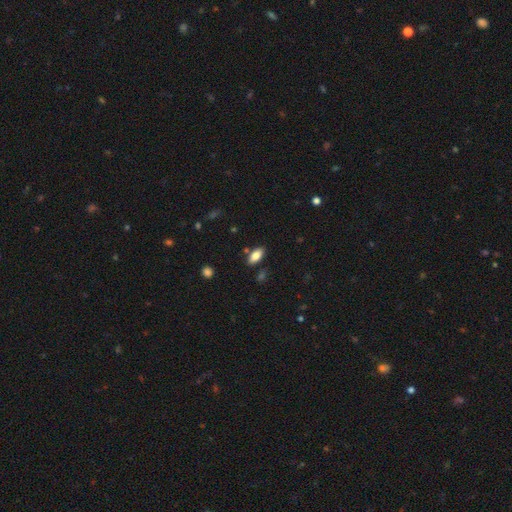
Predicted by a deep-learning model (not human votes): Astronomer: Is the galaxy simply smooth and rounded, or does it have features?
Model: smooth — 83%.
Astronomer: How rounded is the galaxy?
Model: in between — 89%.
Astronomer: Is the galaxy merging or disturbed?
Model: none — 83%.